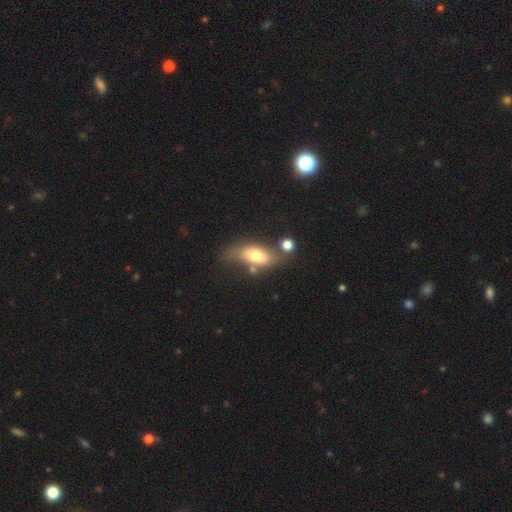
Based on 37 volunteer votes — This is likely a smooth galaxy (78%). How rounded: clearly in between (86%). Merging: marginally none (43%).